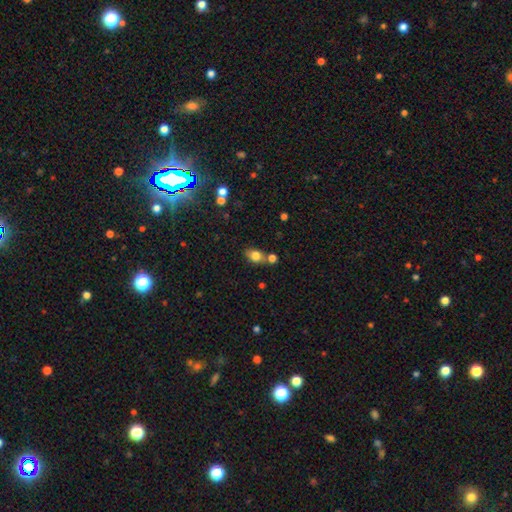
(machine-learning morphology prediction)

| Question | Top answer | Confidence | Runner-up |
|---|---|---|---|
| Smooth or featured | smooth | 78% | featured or disk (11%) |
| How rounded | in between | 69% | round (28%) |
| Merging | none | 62% | merger (20%) |